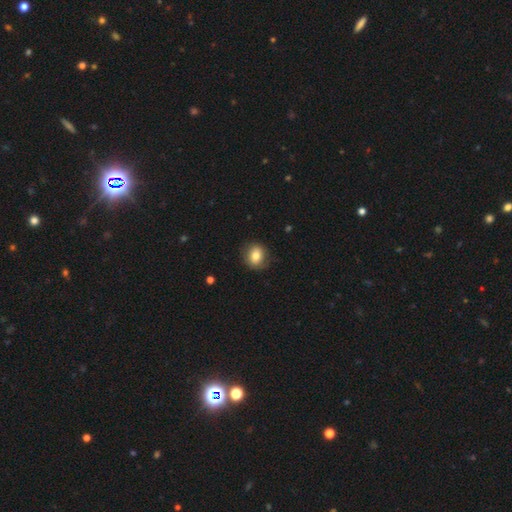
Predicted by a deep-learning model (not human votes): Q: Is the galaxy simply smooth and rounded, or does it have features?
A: smooth — 77%.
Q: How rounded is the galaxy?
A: round — 68%.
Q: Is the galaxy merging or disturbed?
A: none — 82%.